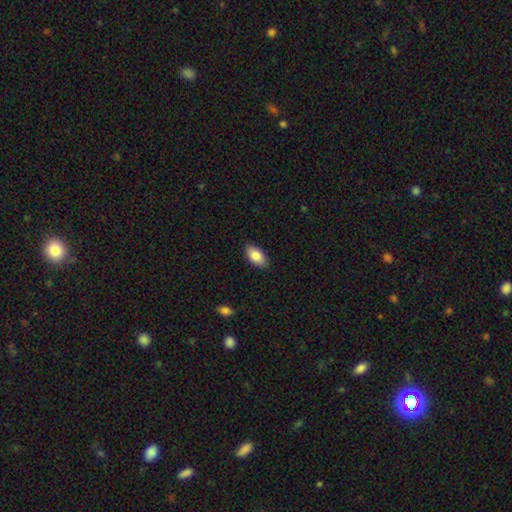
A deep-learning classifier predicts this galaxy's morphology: Q: Smooth or featured?
A: smooth (85%); runner-up: featured or disk (8%)
Q: How rounded?
A: in between (93%); runner-up: cigar-shaped (4%)
Q: Merging?
A: none (87%); runner-up: minor disturbance (10%)